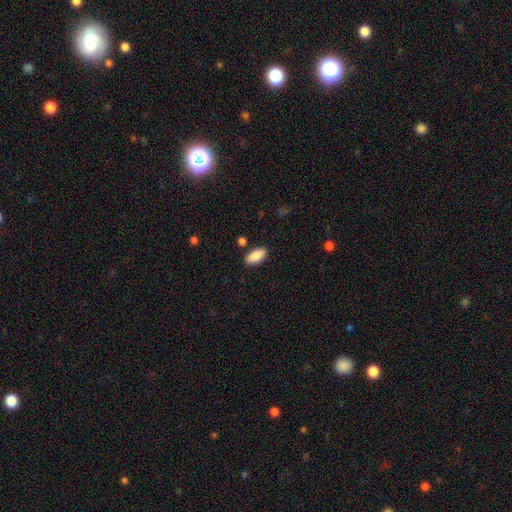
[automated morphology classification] Smooth or featured? Predicted: smooth (p=0.87). How rounded? Predicted: in between (p=0.90). Merging? Predicted: none (p=0.86).